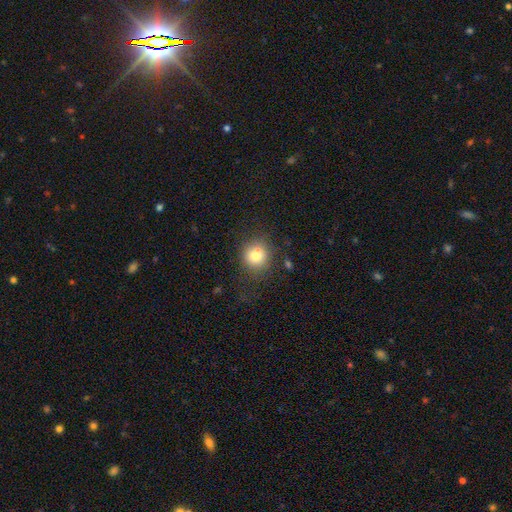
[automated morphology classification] This is likely a smooth galaxy (75%). How rounded: clearly round (86%). Merging: likely none (68%).